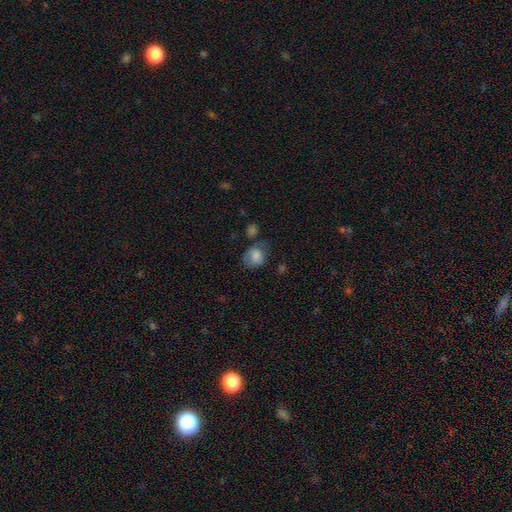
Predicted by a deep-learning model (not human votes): A smooth galaxy with no disk features (77%) that is round (51%). Merging: none (48%).